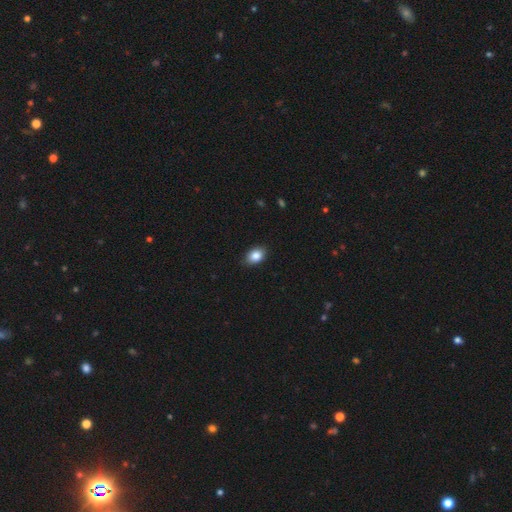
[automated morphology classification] smooth_or_featured: smooth (p=0.87) [alt: star or artifact p=0.08]
how_rounded: in between (p=0.82) [alt: round p=0.17]
merging: none (p=0.86) [alt: minor disturbance p=0.11]